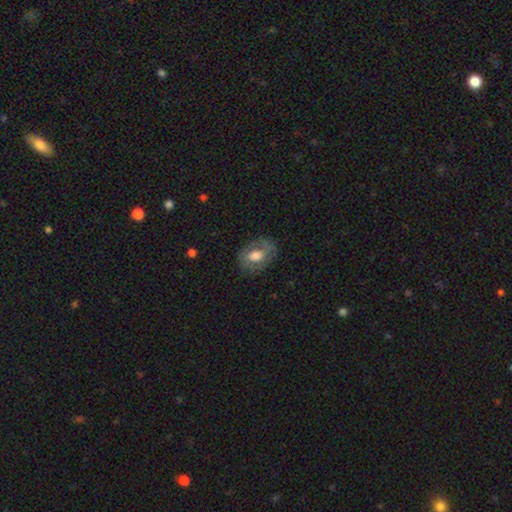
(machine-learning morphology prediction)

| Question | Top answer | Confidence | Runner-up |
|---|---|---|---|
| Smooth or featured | smooth | 48% | featured or disk (45%) |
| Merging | none | 72% | minor disturbance (19%) |